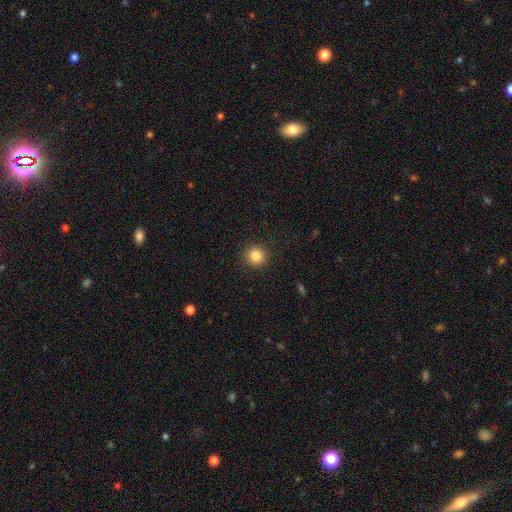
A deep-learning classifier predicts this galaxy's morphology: Smooth or featured? Predicted: smooth (p=0.86). How rounded? Predicted: round (p=0.94). Merging? Predicted: none (p=0.91).